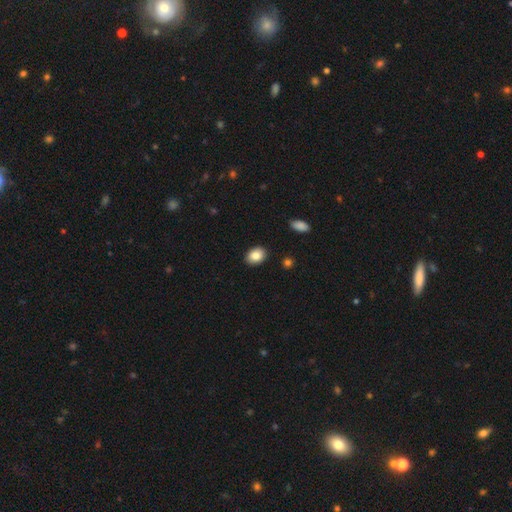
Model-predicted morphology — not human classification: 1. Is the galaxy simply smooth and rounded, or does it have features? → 85% smooth, 8% star or artifact, 7% featured or disk.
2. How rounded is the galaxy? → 71% in between, 28% round, 1% cigar-shaped.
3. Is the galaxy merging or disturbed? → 89% none, 8% minor disturbance, 2% major disturbance, 1% merger.